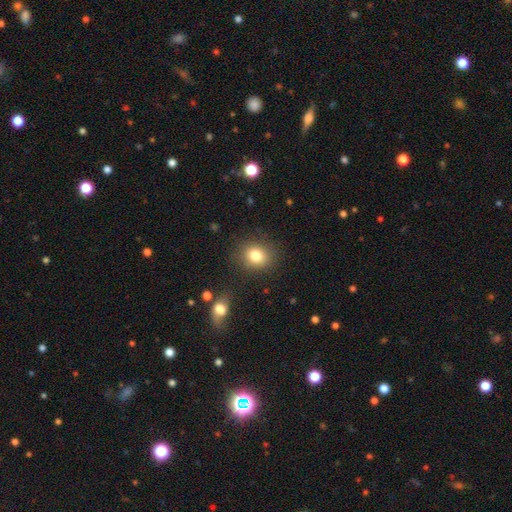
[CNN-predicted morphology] Smooth or featured?
  - smooth: 80% *
  - star or artifact: 12%
  - featured or disk: 8%
How rounded?
  - round: 70% *
  - in between: 30%
  - cigar-shaped: 1%
Merging?
  - none: 85% *
  - minor disturbance: 9%
  - major disturbance: 4%
  - merger: 2%